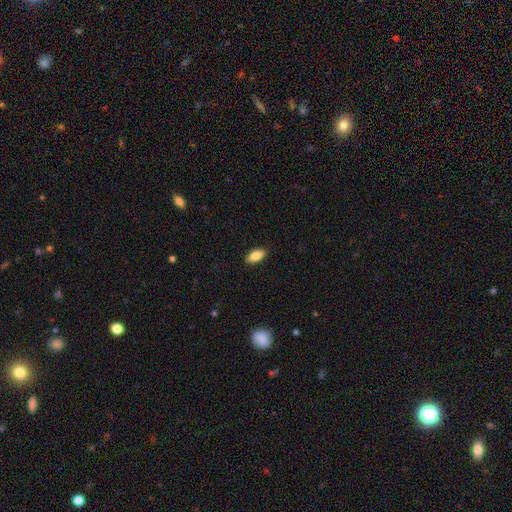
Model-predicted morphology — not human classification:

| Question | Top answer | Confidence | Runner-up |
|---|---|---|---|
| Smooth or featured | smooth | 83% | featured or disk (10%) |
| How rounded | in between | 90% | cigar-shaped (7%) |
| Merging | none | 90% | minor disturbance (8%) |